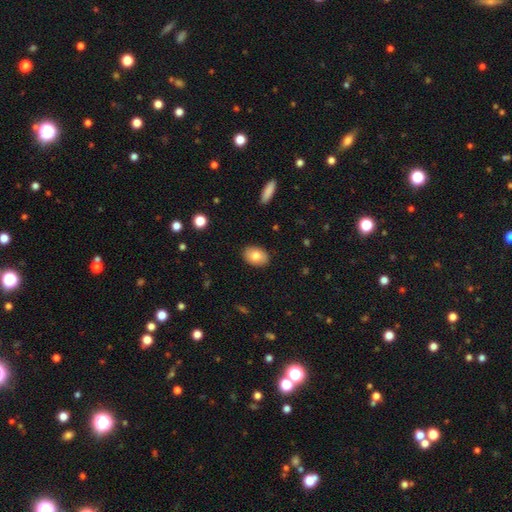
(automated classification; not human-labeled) The model was most divided on "how rounded": in between: 82%, round: 17%, cigar-shaped: 1%. More confident: merging — none (88%); smooth or featured — smooth (80%).